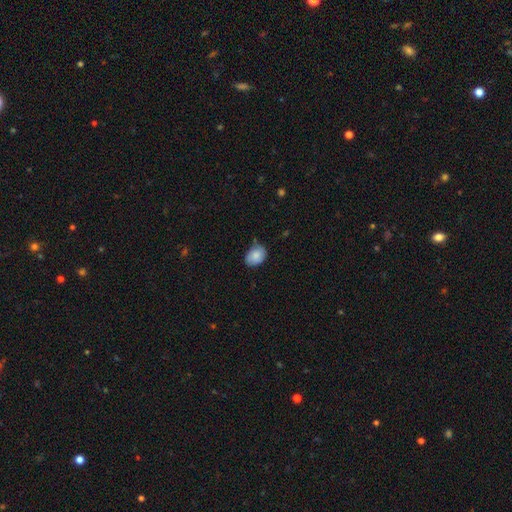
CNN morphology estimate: type=smooth (83%); roundness=in between (71%); merging=none (60%).